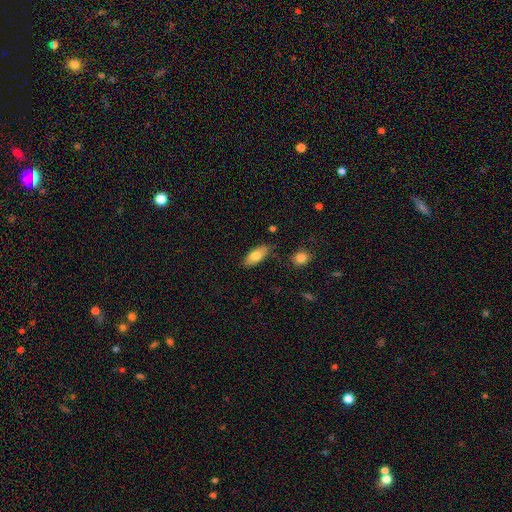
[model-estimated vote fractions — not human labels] Smooth or featured?
  - smooth: 77% *
  - featured or disk: 16%
  - star or artifact: 7%
How rounded?
  - in between: 84% *
  - cigar-shaped: 13%
  - round: 3%
Merging?
  - none: 82% *
  - minor disturbance: 13%
  - merger: 3%
  - major disturbance: 2%